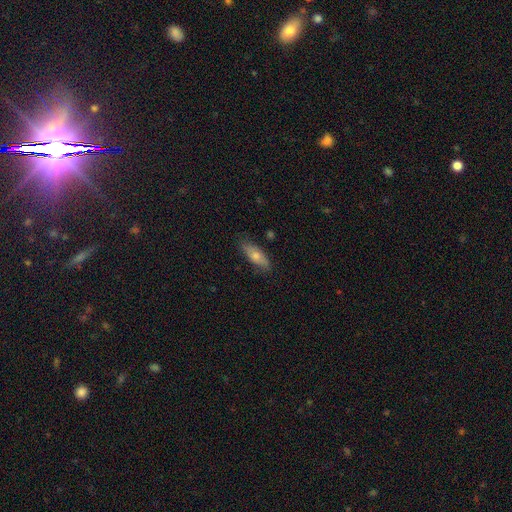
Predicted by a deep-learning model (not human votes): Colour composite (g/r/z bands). It shows a smooth galaxy with no disk features (60%) that is in between round and cigar-shaped (54%). Merging: none (83%).